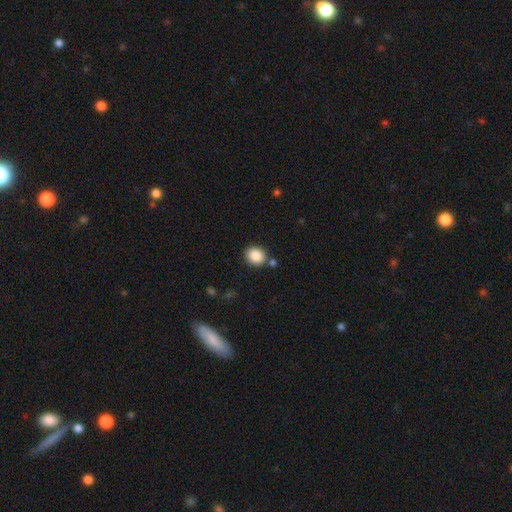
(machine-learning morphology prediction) smooth 87%, star or artifact 8%, featured or disk 5%. Down the decision tree: how rounded — round (67%); merging — none (79%).